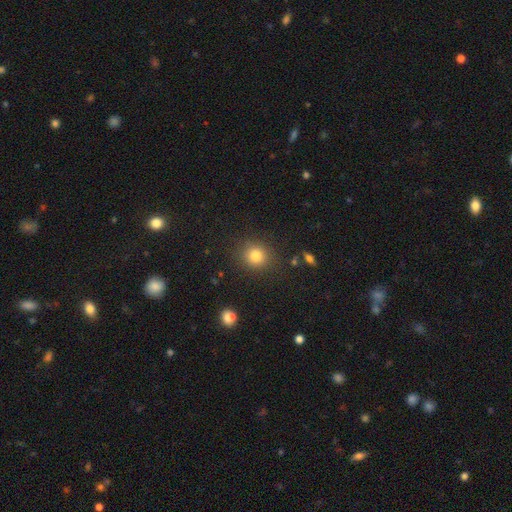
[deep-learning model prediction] smooth 81%, star or artifact 12%, featured or disk 6%. Down the decision tree: how rounded — round (87%); merging — none (87%).